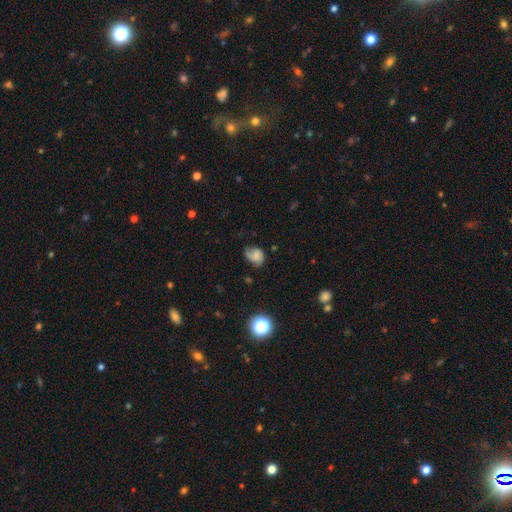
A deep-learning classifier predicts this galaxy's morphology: smooth 60%, featured or disk 28%, star or artifact 12%. Down the decision tree: how rounded — in between (53%); merging — none (48%).